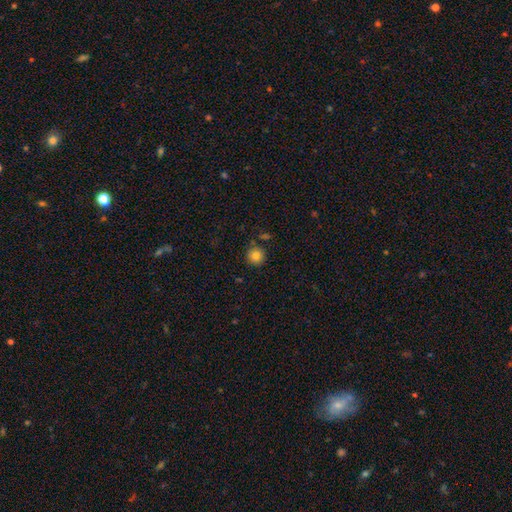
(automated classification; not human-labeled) A smooth galaxy with no disk features (82%) that is round (95%). Merging: none (88%).